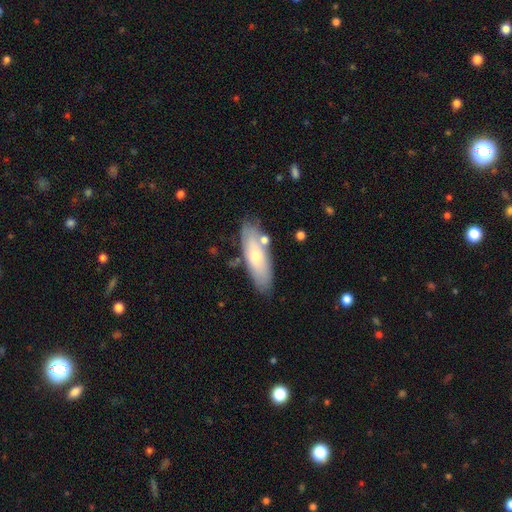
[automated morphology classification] Smooth or featured? smooth (58%)
How rounded? in between (62%)
Merging? none (76%)